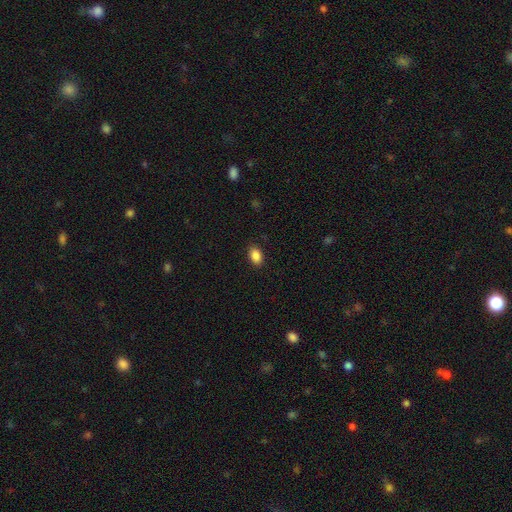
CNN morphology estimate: Smooth or featured?
  - smooth: 88% *
  - star or artifact: 8%
  - featured or disk: 4%
How rounded?
  - in between: 86% *
  - round: 13%
  - cigar-shaped: 1%
Merging?
  - none: 88% *
  - minor disturbance: 9%
  - major disturbance: 2%
  - merger: 1%